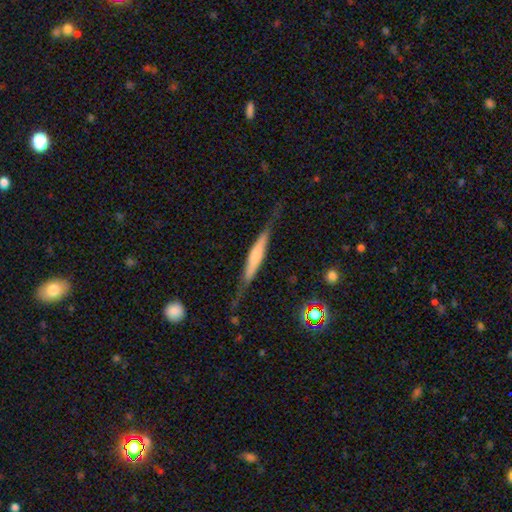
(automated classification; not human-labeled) Smooth or featured? featured or disk (56%)
Edge-on disk? yes (94%)
Edge-on bulge? boxy (36%)
Merging? none (74%)